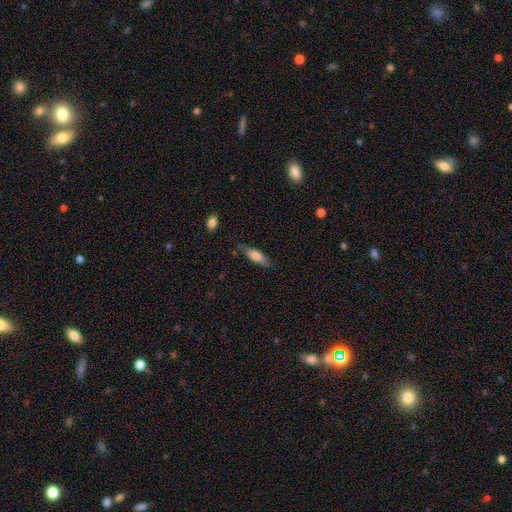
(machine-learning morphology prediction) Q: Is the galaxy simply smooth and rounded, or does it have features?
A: smooth — 78%.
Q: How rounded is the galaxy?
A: in between — 56%.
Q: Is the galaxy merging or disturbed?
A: none — 73%.